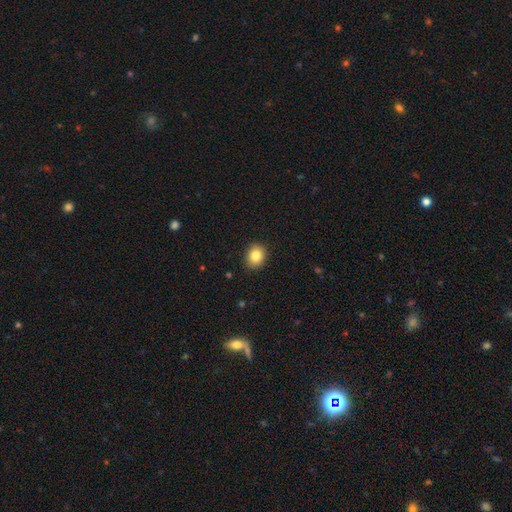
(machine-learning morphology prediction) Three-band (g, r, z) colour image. It shows a smooth galaxy with no disk features (84%) that is round (57%). Merging: none (89%).